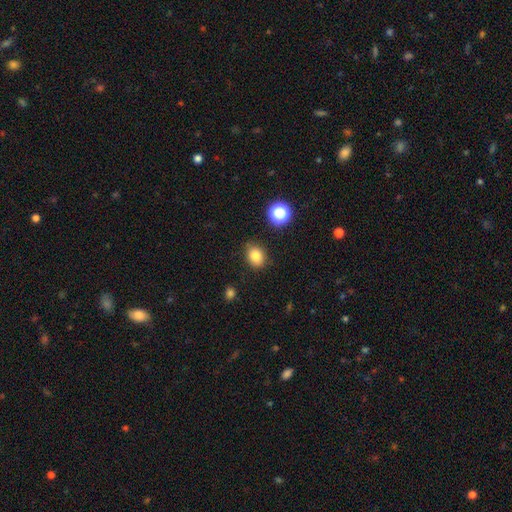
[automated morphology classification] smooth_or_featured: smooth (p=0.81) [alt: star or artifact p=0.12]
how_rounded: round (p=0.52) [alt: in between p=0.47]
merging: none (p=0.84) [alt: minor disturbance p=0.12]